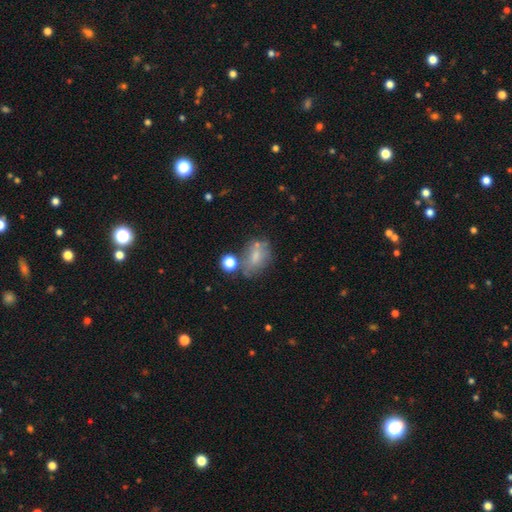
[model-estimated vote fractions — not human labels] smooth_or_featured: smooth (p=0.57) [alt: featured or disk p=0.29]
how_rounded: in between (p=0.76) [alt: round p=0.22]
merging: none (p=0.45) [alt: minor disturbance p=0.24]